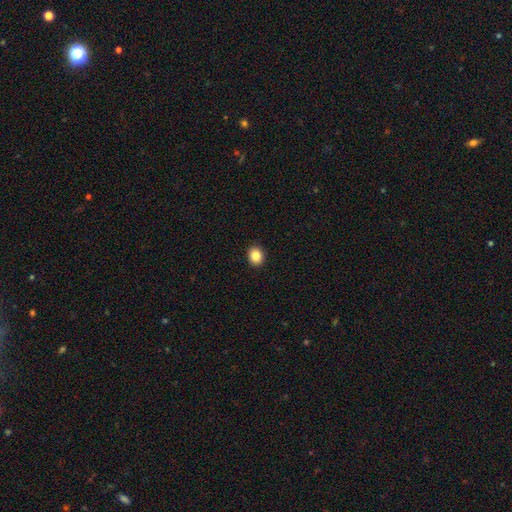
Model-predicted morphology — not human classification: A smooth galaxy with no disk features (85%) that is round (62%).

Vote fractions:
- Smooth or featured? smooth: 85% / star or artifact: 10% / featured or disk: 5%
- How rounded? round: 62% / in between: 37% / cigar-shaped: 1%
- Merging? none: 92% / minor disturbance: 5% / major disturbance: 2% / merger: 1%